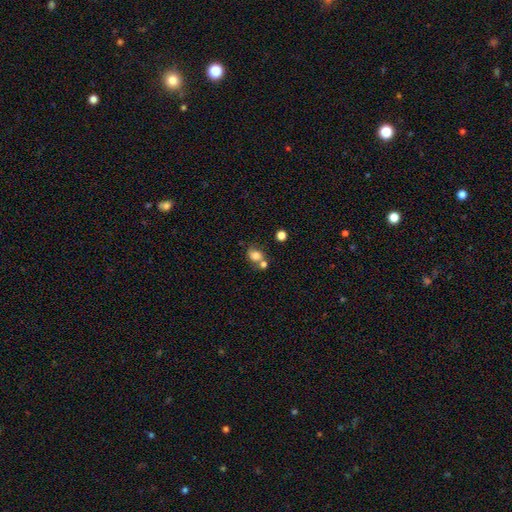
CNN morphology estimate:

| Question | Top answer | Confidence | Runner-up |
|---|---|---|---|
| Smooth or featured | smooth | 75% | featured or disk (14%) |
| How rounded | round | 55% | in between (43%) |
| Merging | none | 46% | merger (35%) |